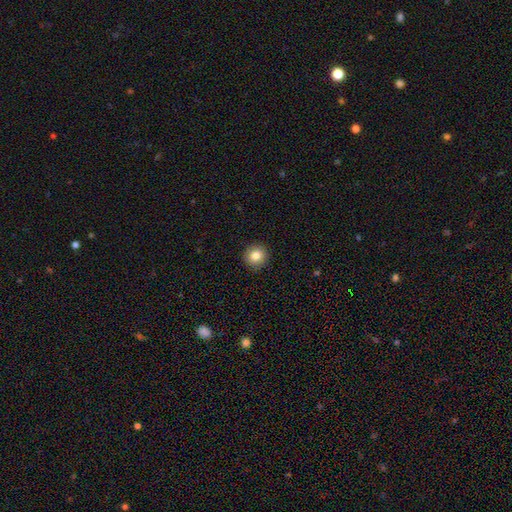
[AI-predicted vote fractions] A smooth galaxy with no disk features (84%) that is round (93%).

Vote fractions:
- Smooth or featured? smooth: 84% / star or artifact: 10% / featured or disk: 6%
- How rounded? round: 93% / in between: 6% / cigar-shaped: 1%
- Merging? none: 92% / minor disturbance: 6% / major disturbance: 2% / merger: 1%